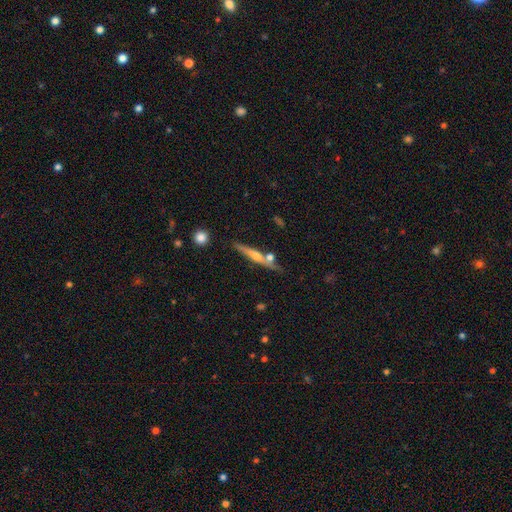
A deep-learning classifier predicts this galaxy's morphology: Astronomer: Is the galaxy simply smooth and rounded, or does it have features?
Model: featured or disk — 61%.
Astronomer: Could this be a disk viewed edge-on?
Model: yes — 94%.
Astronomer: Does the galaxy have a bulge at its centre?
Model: rounded — 74%.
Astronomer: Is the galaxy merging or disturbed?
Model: none — 73%.